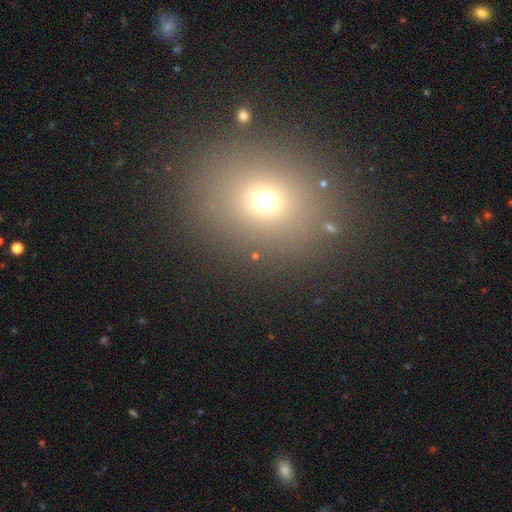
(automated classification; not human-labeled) Overall: smooth (63%; star or artifact 27%). How rounded: round (66%; in between 33%). Merging: none (82%).